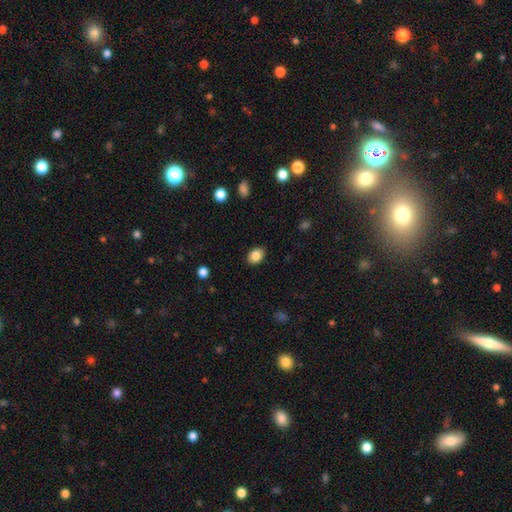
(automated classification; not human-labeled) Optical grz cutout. It shows a smooth galaxy with no disk features (86%) that is in between round and cigar-shaped (68%). Merging: none (88%).